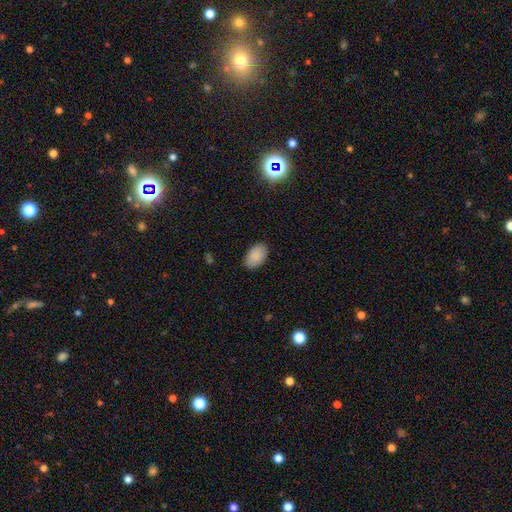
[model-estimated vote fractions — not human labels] Smooth or featured?
  - smooth: 89% *
  - star or artifact: 7%
  - featured or disk: 4%
How rounded?
  - in between: 92% *
  - round: 7%
  - cigar-shaped: 1%
Merging?
  - none: 85% *
  - minor disturbance: 11%
  - major disturbance: 2%
  - merger: 1%